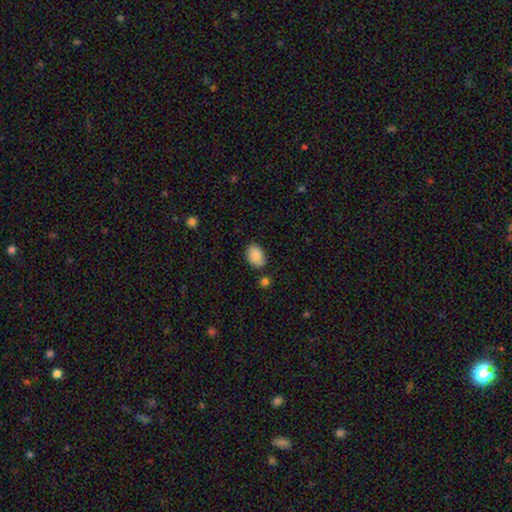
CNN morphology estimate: The model was most divided on "merging": none: 78%, minor disturbance: 15%, merger: 4%, major disturbance: 3%. More confident: smooth or featured — smooth (87%); how rounded — in between (85%).